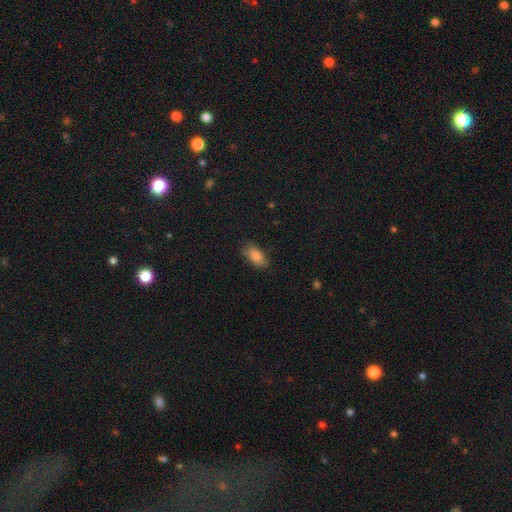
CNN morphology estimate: Smooth or featured: smooth — 84% (featured or disk — 8%)
How rounded: in between — 91% (cigar-shaped — 6%)
Merging: none — 77% (minor disturbance — 18%)